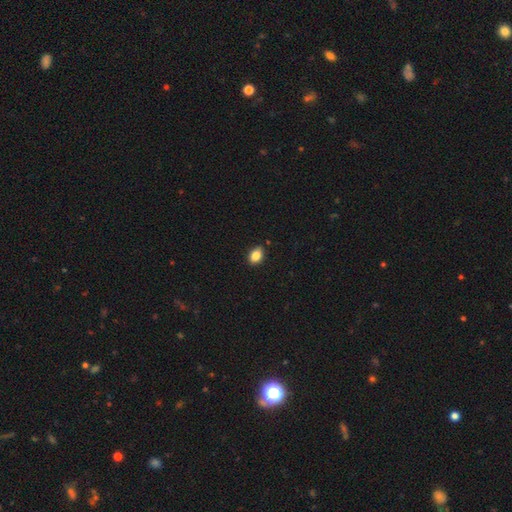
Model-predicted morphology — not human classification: type=smooth (85%); roundness=in between (75%); merging=none (84%).